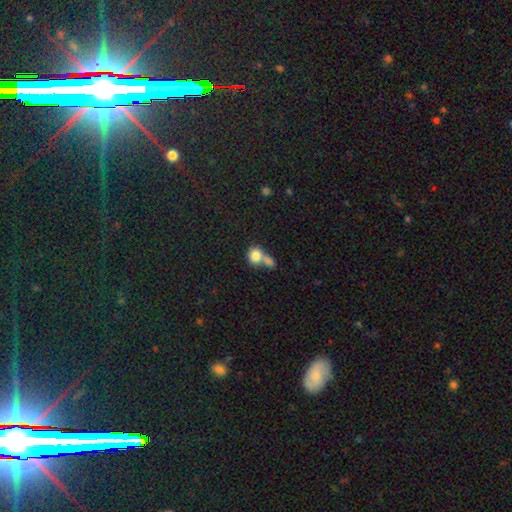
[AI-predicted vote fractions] smooth 81%, featured or disk 10%, star or artifact 9%. Down the decision tree: how rounded — round (65%); merging — merger (58%).